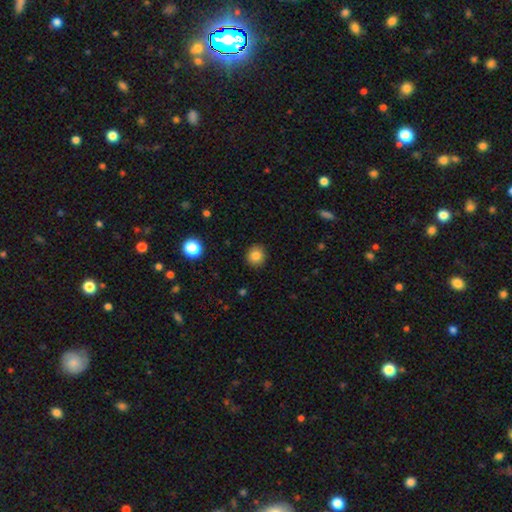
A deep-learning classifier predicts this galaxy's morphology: smooth_or_featured: smooth (p=0.84) [alt: star or artifact p=0.10]
how_rounded: round (p=0.88) [alt: in between p=0.11]
merging: none (p=0.90) [alt: minor disturbance p=0.07]